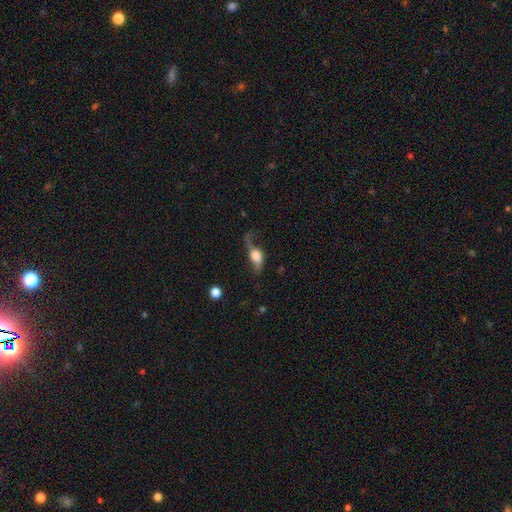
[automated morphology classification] Smooth or featured: featured or disk — 54% (smooth — 37%)
Edge-on disk: no — 74% (yes — 26%)
Merging: major disturbance — 37% (tied with none — 37%)